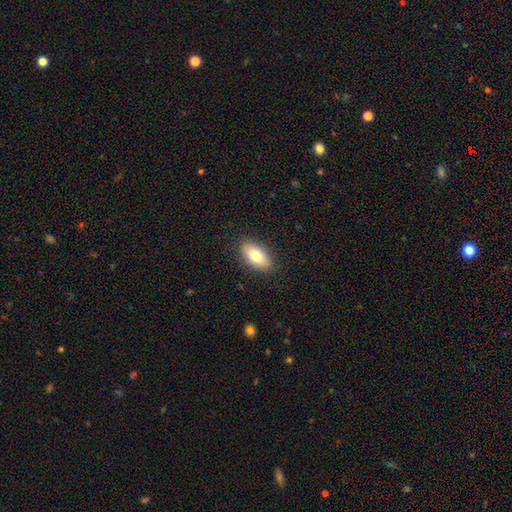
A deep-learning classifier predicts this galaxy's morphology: smooth 76%, featured or disk 17%, star or artifact 7%. Down the decision tree: how rounded — in between (91%); merging — none (88%).